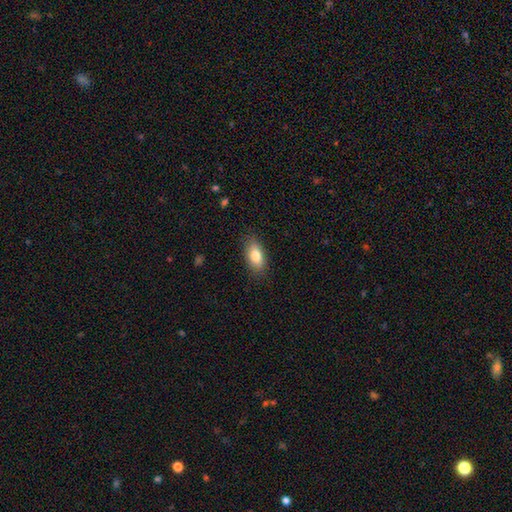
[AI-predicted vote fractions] Smooth or featured? smooth (81%)
How rounded? in between (86%)
Merging? none (85%)